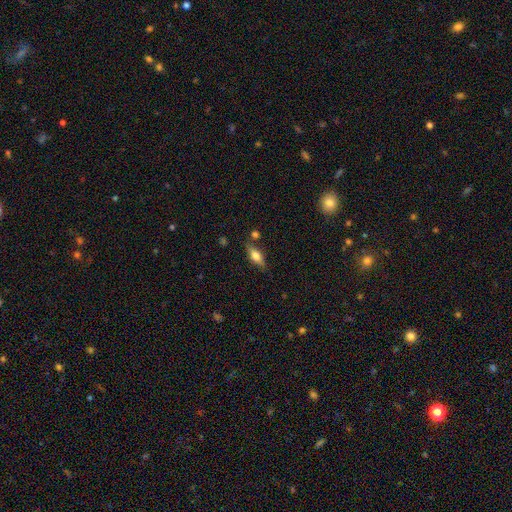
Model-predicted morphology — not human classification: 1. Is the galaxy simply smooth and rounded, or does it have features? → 55% smooth, 38% featured or disk, 8% star or artifact.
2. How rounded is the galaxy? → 66% in between, 30% cigar-shaped, 4% round.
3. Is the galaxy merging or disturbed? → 77% none, 14% minor disturbance, 6% merger, 4% major disturbance.